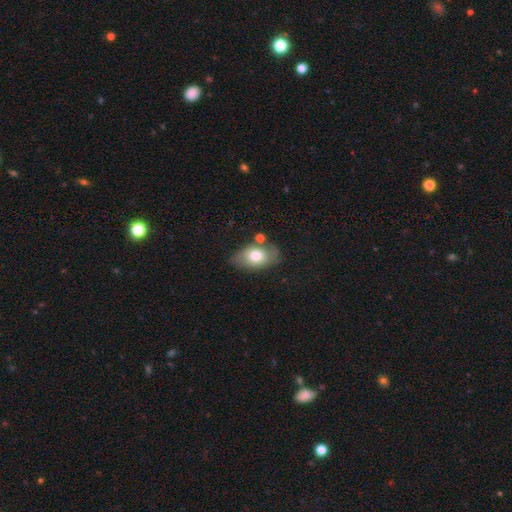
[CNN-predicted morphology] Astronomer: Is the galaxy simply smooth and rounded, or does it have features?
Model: smooth — 71%.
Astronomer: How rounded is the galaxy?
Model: in between — 87%.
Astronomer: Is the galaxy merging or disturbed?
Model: none — 62%.